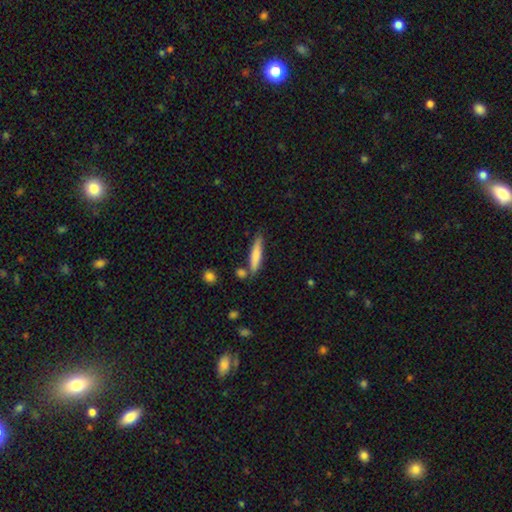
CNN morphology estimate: This is likely a smooth galaxy (75%). How rounded: clearly cigar-shaped (86%). Merging: likely none (74%).